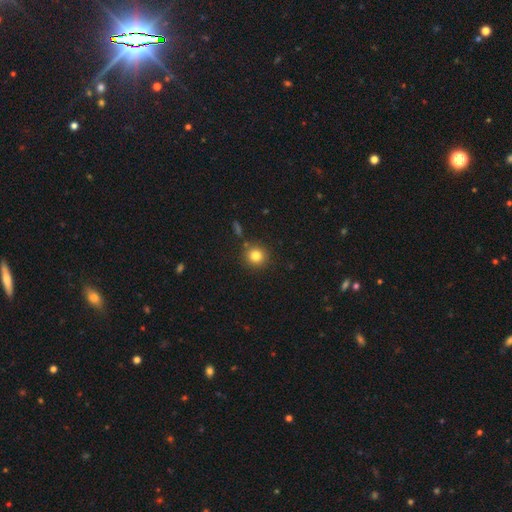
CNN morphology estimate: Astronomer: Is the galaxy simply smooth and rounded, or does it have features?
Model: smooth — 82%.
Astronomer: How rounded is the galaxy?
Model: round — 92%.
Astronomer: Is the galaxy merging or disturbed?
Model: none — 85%.